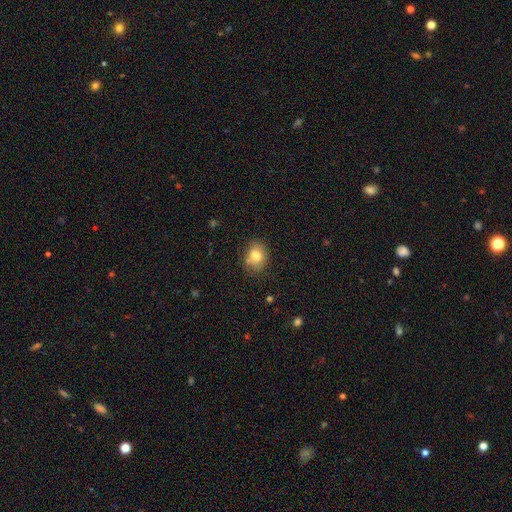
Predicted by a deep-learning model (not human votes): Smooth or featured: smooth — 80% (star or artifact — 10%)
How rounded: round — 50% (in between — 49%)
Merging: none — 75% (minor disturbance — 16%)